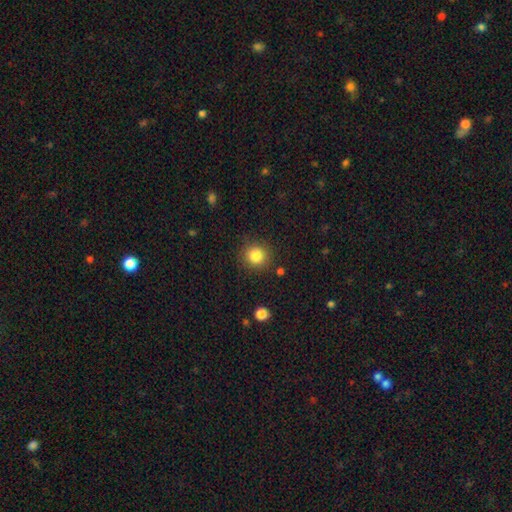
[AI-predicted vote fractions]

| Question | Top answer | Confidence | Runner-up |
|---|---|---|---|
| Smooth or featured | smooth | 84% | star or artifact (10%) |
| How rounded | round | 89% | in between (10%) |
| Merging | none | 87% | minor disturbance (8%) |